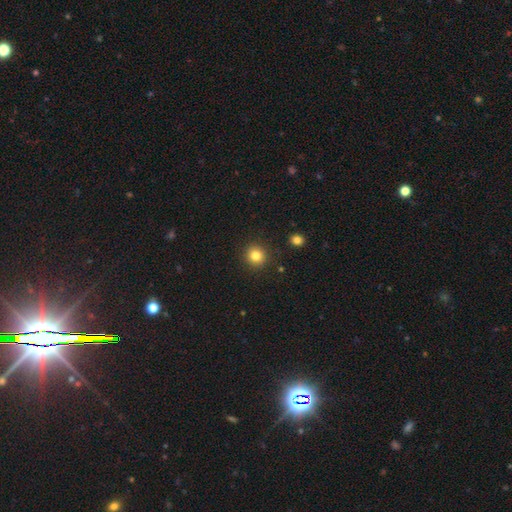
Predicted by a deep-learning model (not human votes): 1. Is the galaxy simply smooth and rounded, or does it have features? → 83% smooth, 12% star or artifact, 6% featured or disk.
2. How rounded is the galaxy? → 93% round, 6% in between, 1% cigar-shaped.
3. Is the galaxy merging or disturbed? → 91% none, 5% minor disturbance, 2% major disturbance, 2% merger.